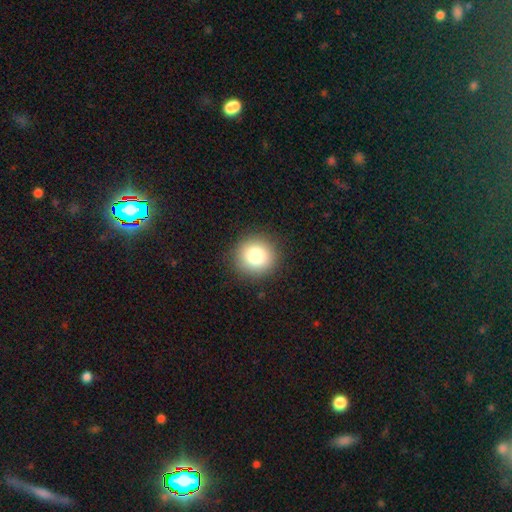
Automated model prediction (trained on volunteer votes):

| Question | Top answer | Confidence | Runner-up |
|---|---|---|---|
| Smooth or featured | smooth | 82% | star or artifact (11%) |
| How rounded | round | 92% | in between (7%) |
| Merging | none | 91% | minor disturbance (6%) |